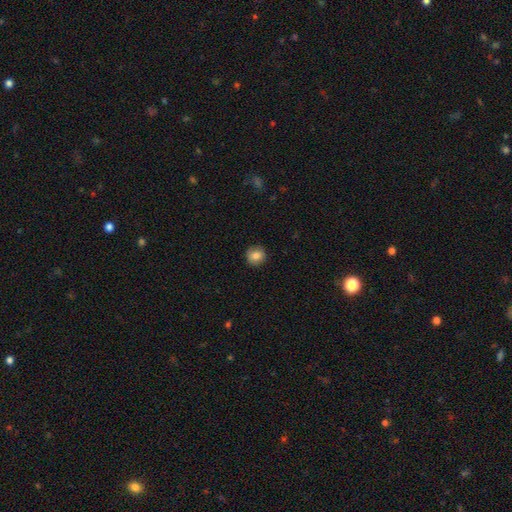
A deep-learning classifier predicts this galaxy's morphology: smooth 84%, star or artifact 9%, featured or disk 7%. Down the decision tree: how rounded — round (88%); merging — none (89%).